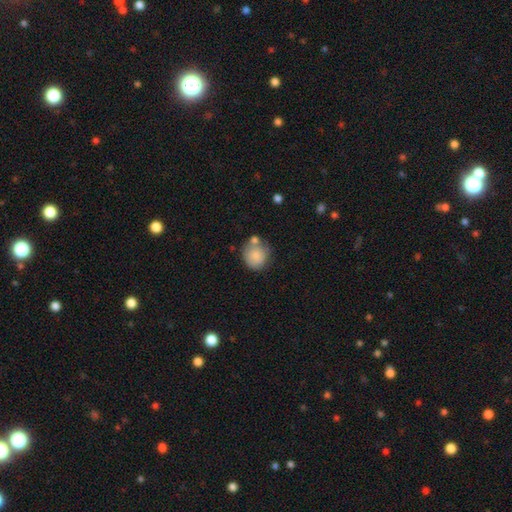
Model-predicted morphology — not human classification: Smooth or featured: smooth — 83% (featured or disk — 9%)
How rounded: round — 85% (in between — 14%)
Merging: none — 57% (minor disturbance — 19%)